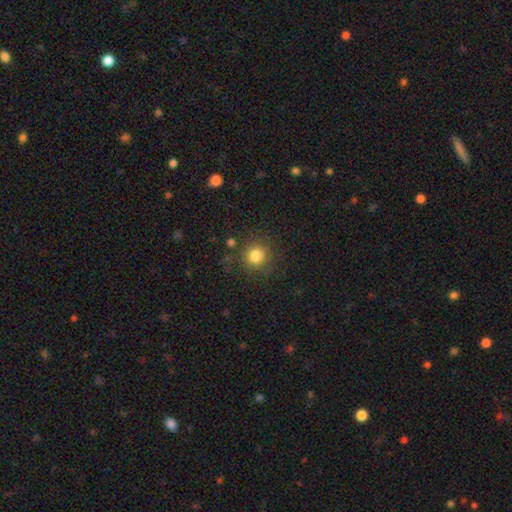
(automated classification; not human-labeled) The model was most divided on "smooth or featured": smooth: 82%, star or artifact: 13%, featured or disk: 6%. More confident: how rounded — round (93%); merging — none (85%).